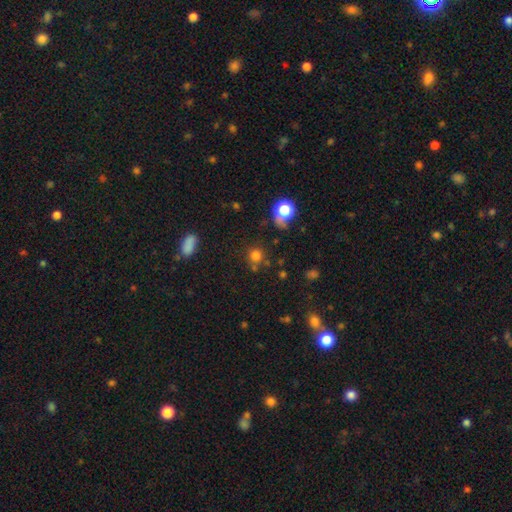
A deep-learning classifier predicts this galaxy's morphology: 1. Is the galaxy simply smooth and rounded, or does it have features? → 74% smooth, 19% star or artifact, 7% featured or disk.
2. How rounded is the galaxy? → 89% round, 10% in between, 1% cigar-shaped.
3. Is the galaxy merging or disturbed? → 73% none, 12% minor disturbance, 10% merger, 5% major disturbance.